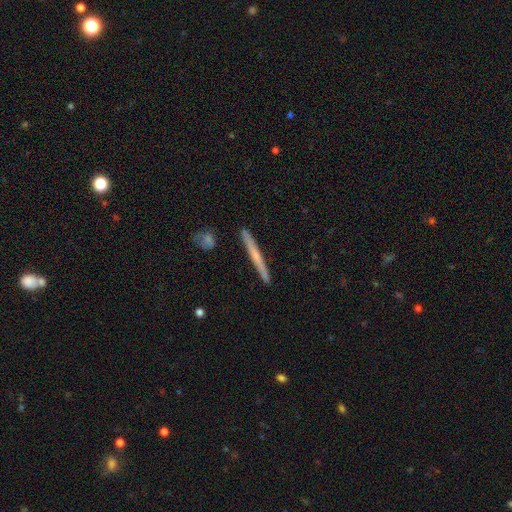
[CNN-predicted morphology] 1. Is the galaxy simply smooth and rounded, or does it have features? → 54% featured or disk, 40% smooth, 6% star or artifact.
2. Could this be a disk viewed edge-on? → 97% yes, 3% no.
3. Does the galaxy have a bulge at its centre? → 54% none, 40% rounded, 6% boxy.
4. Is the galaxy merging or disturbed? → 91% none, 6% minor disturbance, 2% merger, 1% major disturbance.